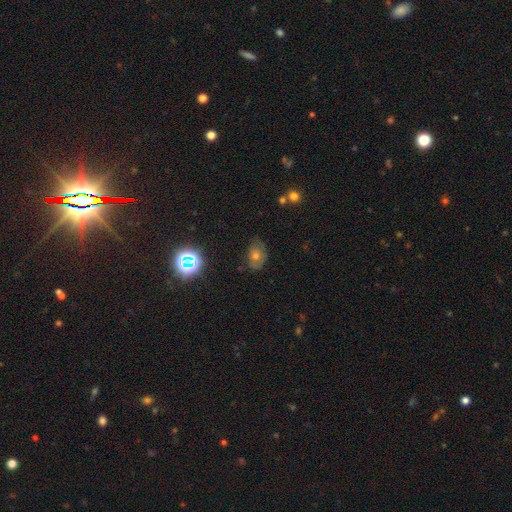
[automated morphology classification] Smooth or featured?
  - smooth: 37% *
  - featured or disk: 36%
  - star or artifact: 28%
Merging?
  - none: 69% *
  - minor disturbance: 22%
  - major disturbance: 7%
  - merger: 2%